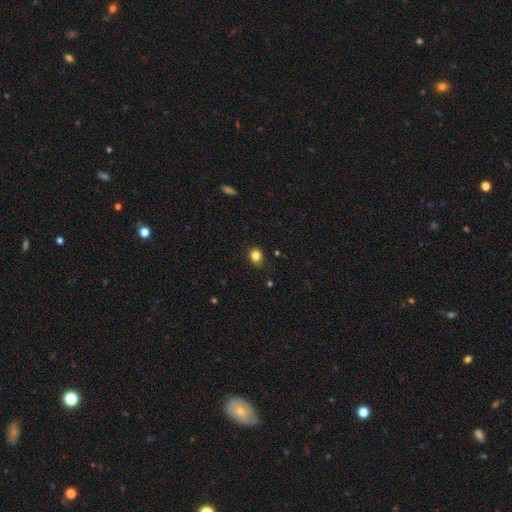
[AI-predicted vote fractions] Overall: smooth (83%). How rounded: round (65%; in between 34%). Merging: none (86%).